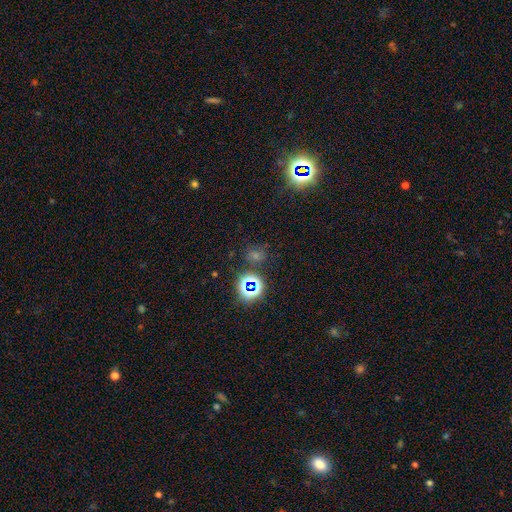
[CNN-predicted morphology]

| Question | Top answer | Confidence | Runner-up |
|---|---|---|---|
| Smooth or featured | star or artifact | 63% | smooth (29%) |